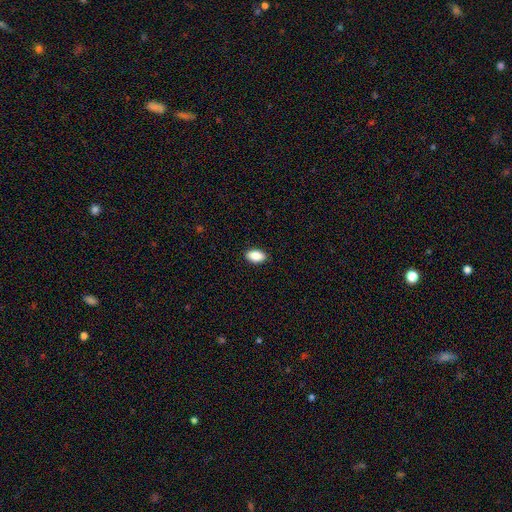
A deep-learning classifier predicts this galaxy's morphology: The model was most divided on "smooth or featured": smooth: 89%, star or artifact: 7%, featured or disk: 4%. More confident: how rounded — in between (93%); merging — none (90%).